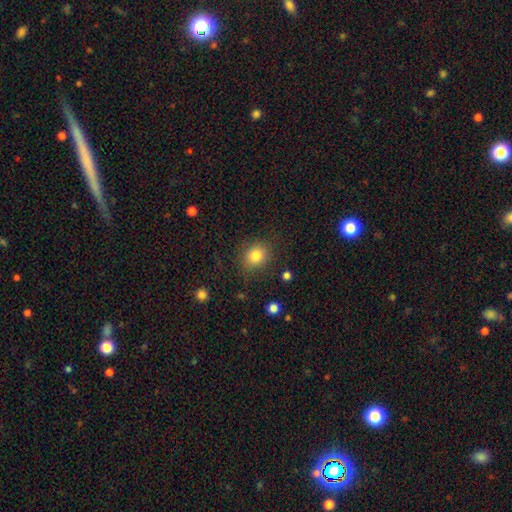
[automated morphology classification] The model was most divided on "how rounded": round: 66%, in between: 33%, cigar-shaped: 1%. More confident: merging — none (83%); smooth or featured — smooth (82%).